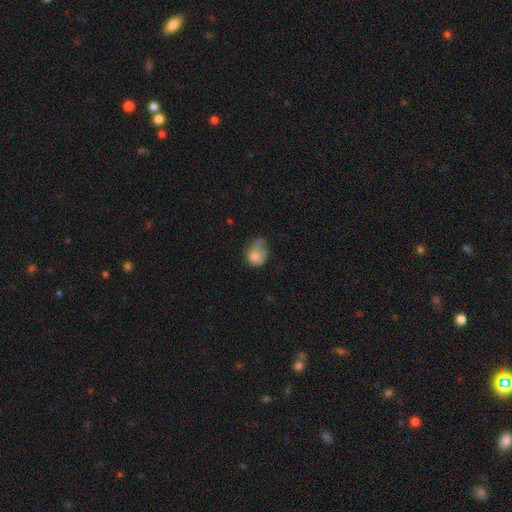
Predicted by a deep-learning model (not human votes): Overall: smooth (72%). How rounded: in between (59%; round 40%). Merging: major disturbance (37%; minor disturbance 36%).